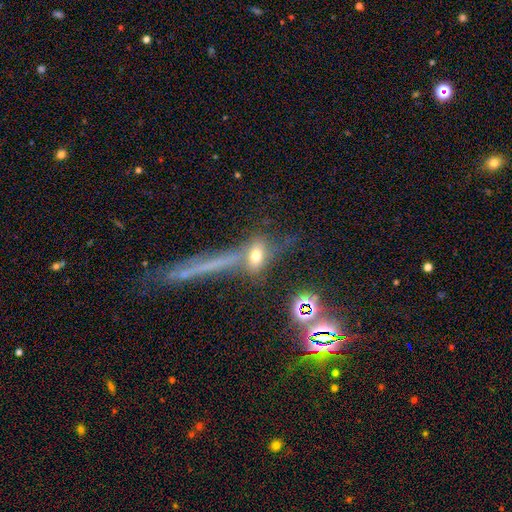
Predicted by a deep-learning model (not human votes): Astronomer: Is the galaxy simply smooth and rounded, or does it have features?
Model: smooth — 55%.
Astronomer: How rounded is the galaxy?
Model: in between — 57%.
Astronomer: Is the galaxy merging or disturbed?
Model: none — 57%.